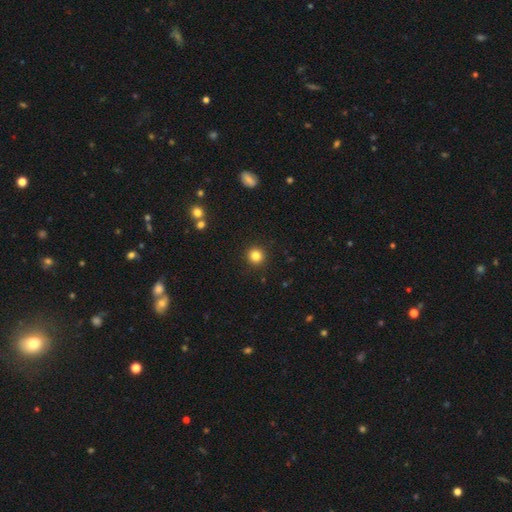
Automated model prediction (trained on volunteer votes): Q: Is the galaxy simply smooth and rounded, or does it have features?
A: smooth — 84%.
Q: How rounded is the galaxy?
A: round — 94%.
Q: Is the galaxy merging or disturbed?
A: none — 93%.